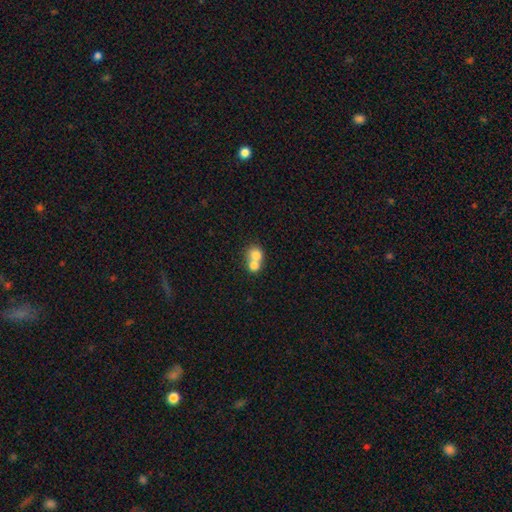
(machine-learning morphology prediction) Smooth or featured: smooth — 74% (featured or disk — 17%)
How rounded: round — 72% (in between — 27%)
Merging: merger — 71% (none — 22%)